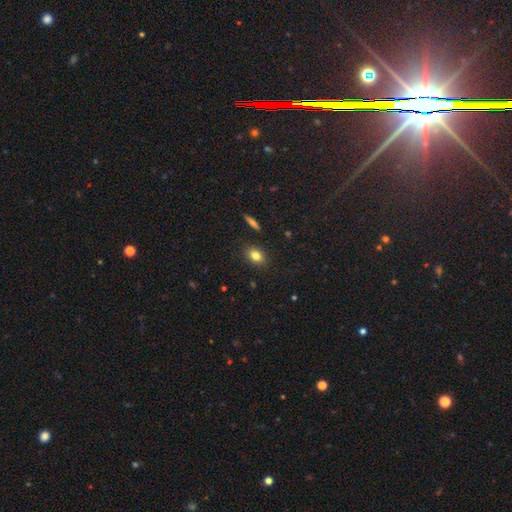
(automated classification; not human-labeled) A smooth galaxy with no disk features (80%) that is in between round and cigar-shaped (74%).

Vote fractions:
- Smooth or featured? smooth: 80% / star or artifact: 10% / featured or disk: 9%
- How rounded? in between: 74% / round: 23% / cigar-shaped: 3%
- Merging? none: 88% / minor disturbance: 8% / major disturbance: 2% / merger: 2%